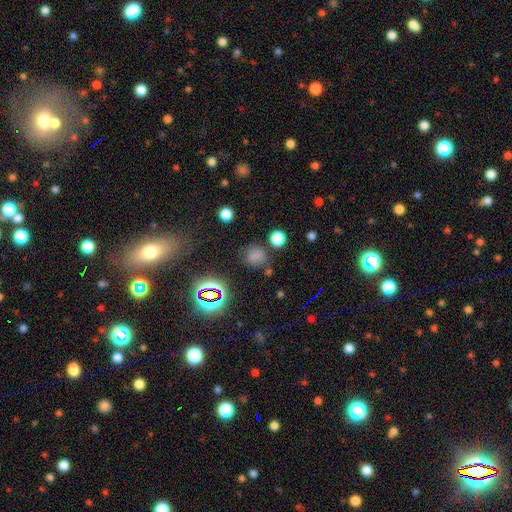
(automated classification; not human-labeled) Morphology: type=smooth (64%); roundness=round (76%); merging=none (73%).